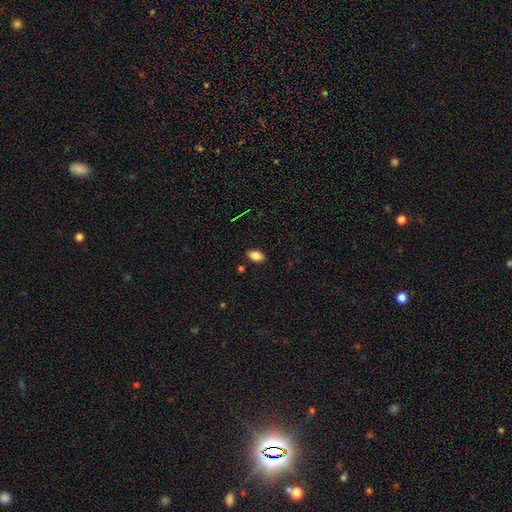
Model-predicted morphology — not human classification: smooth_or_featured: smooth (p=0.83) [alt: star or artifact p=0.10]
how_rounded: in between (p=0.89) [alt: round p=0.09]
merging: none (p=0.85) [alt: minor disturbance p=0.10]